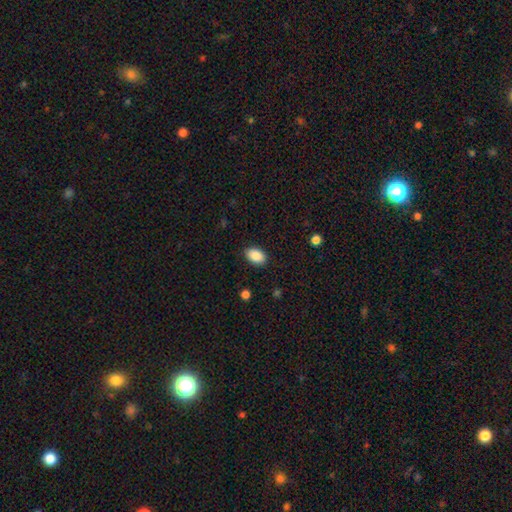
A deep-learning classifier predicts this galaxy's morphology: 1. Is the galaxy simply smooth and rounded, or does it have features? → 89% smooth, 7% star or artifact, 4% featured or disk.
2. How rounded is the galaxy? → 87% in between, 12% round, 1% cigar-shaped.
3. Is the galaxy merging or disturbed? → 88% none, 9% minor disturbance, 2% major disturbance, 1% merger.